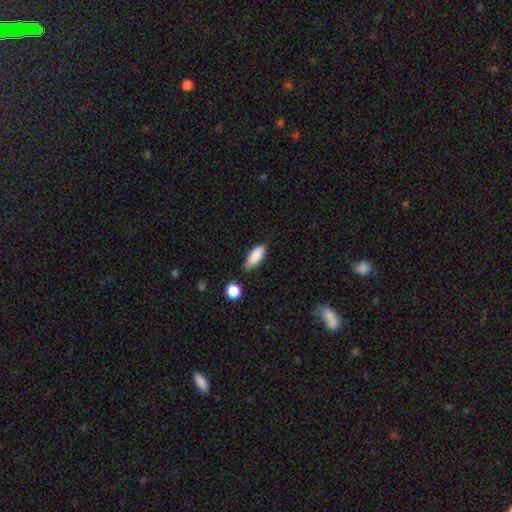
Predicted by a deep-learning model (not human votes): A smooth galaxy with no disk features (87%) that is in between round and cigar-shaped (81%).

Vote fractions:
- Smooth or featured? smooth: 87% / star or artifact: 7% / featured or disk: 6%
- How rounded? in between: 81% / cigar-shaped: 17% / round: 2%
- Merging? none: 73% / minor disturbance: 20% / merger: 4% / major disturbance: 4%